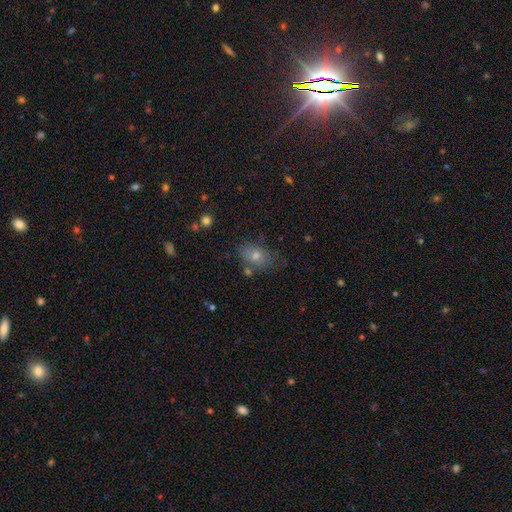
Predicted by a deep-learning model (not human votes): A smooth galaxy with no disk features (65%) that is in between round and cigar-shaped (69%).

Vote fractions:
- Smooth or featured? smooth: 65% / star or artifact: 19% / featured or disk: 16%
- How rounded? in between: 69% / round: 29% / cigar-shaped: 2%
- Merging? none: 75% / minor disturbance: 16% / merger: 5% / major disturbance: 4%